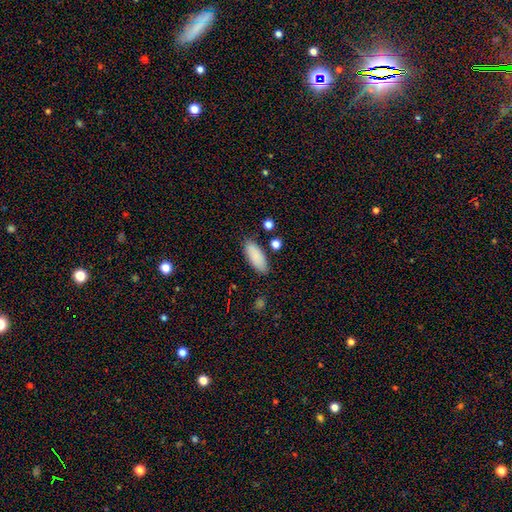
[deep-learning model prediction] Smooth or featured?
  - smooth: 88% *
  - star or artifact: 7%
  - featured or disk: 6%
How rounded?
  - in between: 78% *
  - cigar-shaped: 19%
  - round: 2%
Merging?
  - none: 84% *
  - minor disturbance: 11%
  - merger: 3%
  - major disturbance: 3%